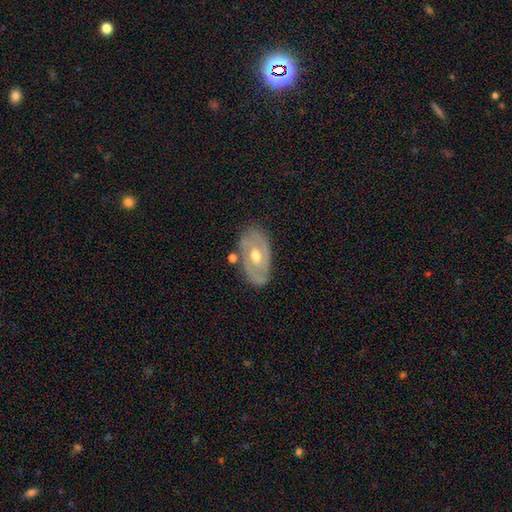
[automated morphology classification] featured or disk 73%, smooth 22%, star or artifact 6%. Down the decision tree: edge-on disk — no (92%); bar — no (64%); spiral arms — yes (59%); bulge size — moderate (77%); merging — none (77%).